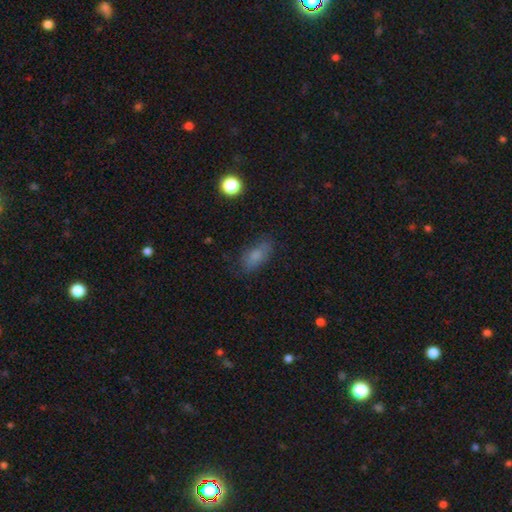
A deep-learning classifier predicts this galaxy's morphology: Overall: smooth (74%). How rounded: in between (85%). Merging: none (75%).